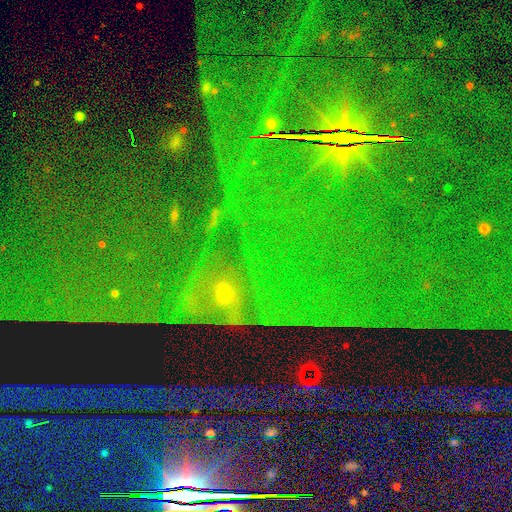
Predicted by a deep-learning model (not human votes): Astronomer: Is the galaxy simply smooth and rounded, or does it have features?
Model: star or artifact — 82%.